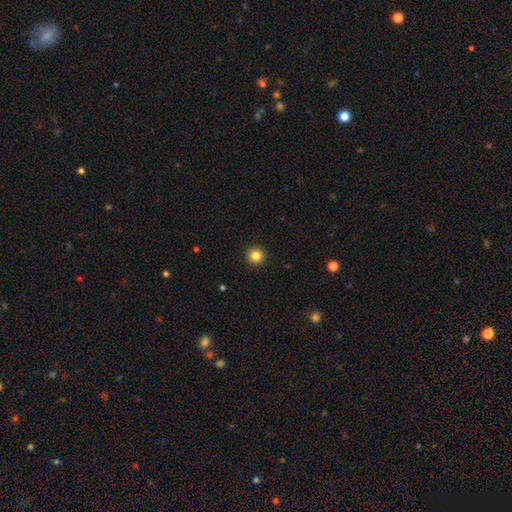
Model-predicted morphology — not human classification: Smooth or featured? smooth (84%)
How rounded? round (96%)
Merging? none (93%)